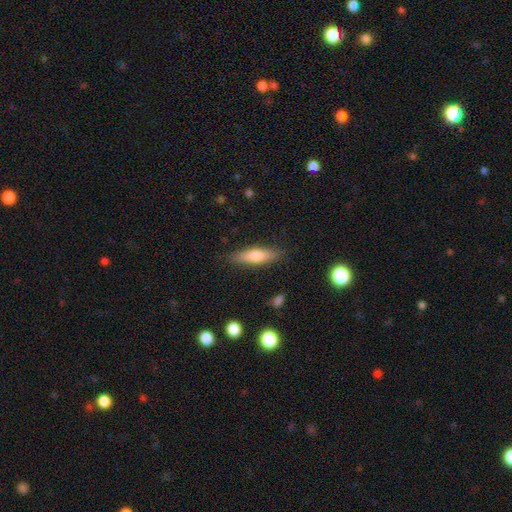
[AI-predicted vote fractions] The model was most divided on "how rounded": cigar-shaped: 65%, in between: 33%, round: 2%. More confident: merging — none (86%); smooth or featured — smooth (67%).